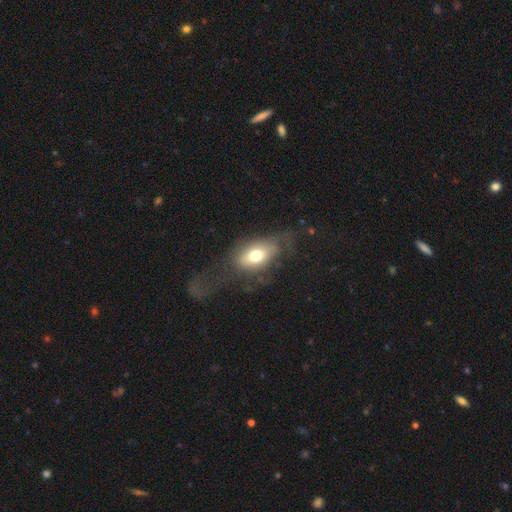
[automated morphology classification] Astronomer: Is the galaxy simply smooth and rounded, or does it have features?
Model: smooth — 62%.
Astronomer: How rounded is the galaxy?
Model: in between — 84%.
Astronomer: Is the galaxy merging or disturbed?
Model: none — 44% (runner-up: major disturbance, 32%).